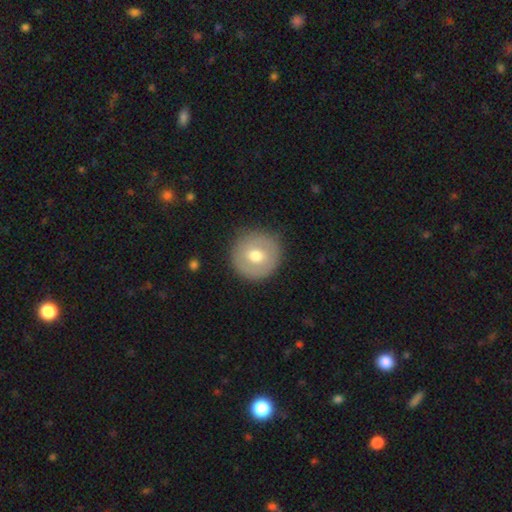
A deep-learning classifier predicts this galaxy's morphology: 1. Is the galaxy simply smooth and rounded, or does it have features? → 60% smooth, 33% featured or disk, 7% star or artifact.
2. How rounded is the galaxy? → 94% round, 5% in between, 1% cigar-shaped.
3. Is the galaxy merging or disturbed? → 88% none, 8% minor disturbance, 3% major disturbance, 1% merger.